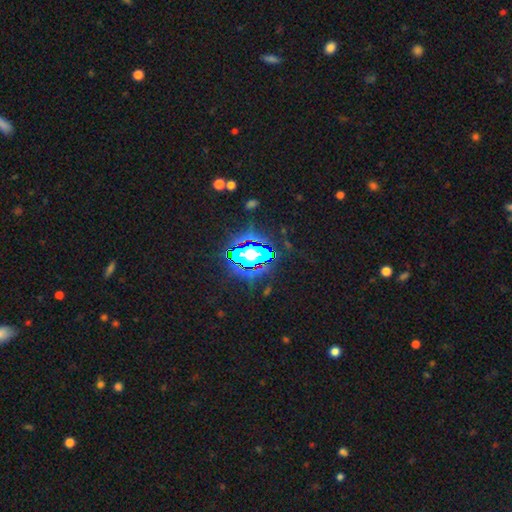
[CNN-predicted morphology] The model was most divided on "smooth or featured": star or artifact: 72%, smooth: 15%, featured or disk: 13%.